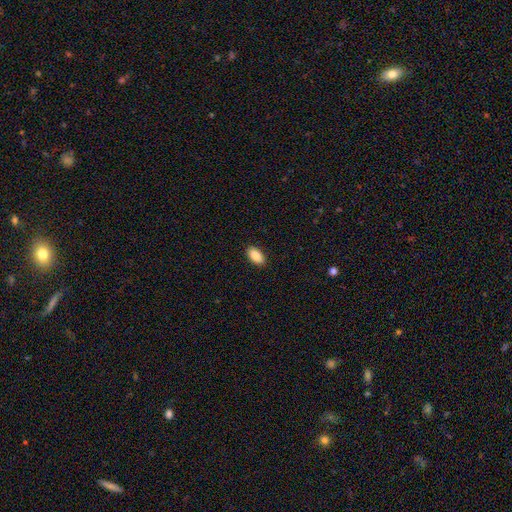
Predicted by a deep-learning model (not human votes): The model was most divided on "merging": none: 89%, minor disturbance: 8%, major disturbance: 2%, merger: 1%. More confident: how rounded — in between (94%); smooth or featured — smooth (90%).